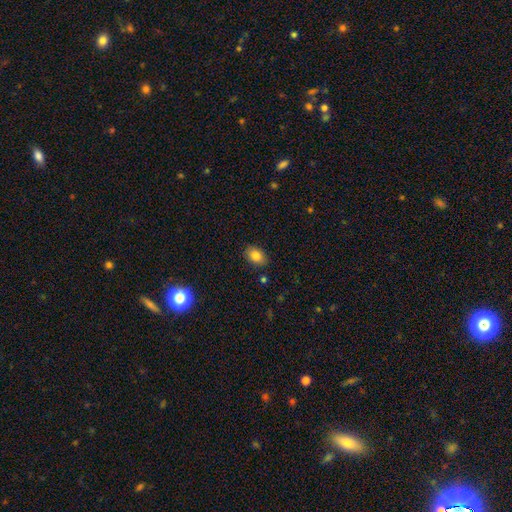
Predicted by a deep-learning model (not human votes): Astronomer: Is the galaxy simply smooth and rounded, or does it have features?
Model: smooth — 83%.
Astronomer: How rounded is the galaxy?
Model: in between — 82%.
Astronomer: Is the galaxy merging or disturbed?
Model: none — 85%.